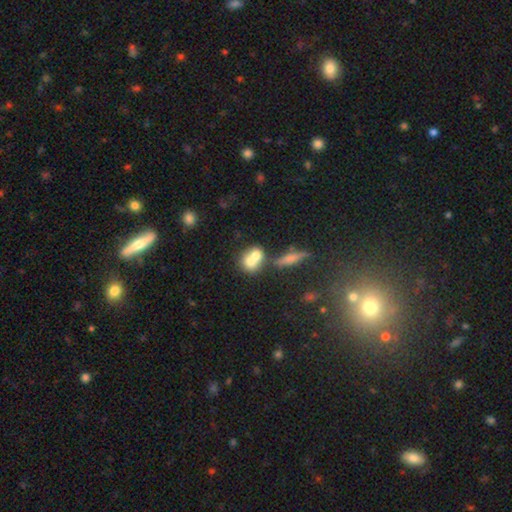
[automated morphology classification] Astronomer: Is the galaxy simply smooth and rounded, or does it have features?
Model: smooth — 68%.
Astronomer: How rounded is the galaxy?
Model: round — 65%.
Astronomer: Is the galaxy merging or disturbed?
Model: merger — 63%.